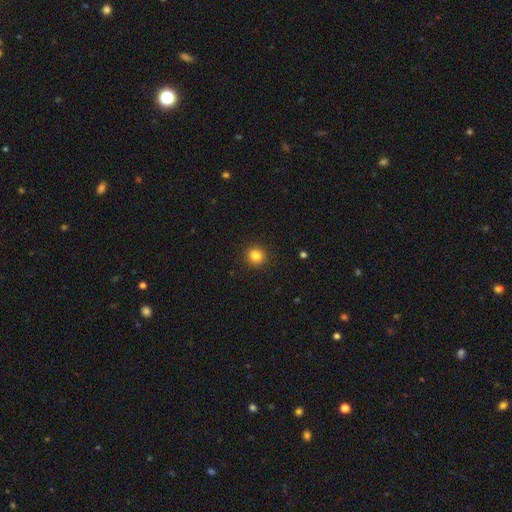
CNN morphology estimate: type=smooth (83%); roundness=round (92%); merging=none (92%).